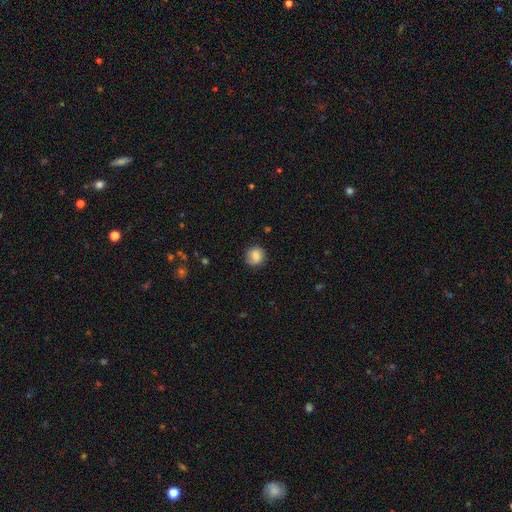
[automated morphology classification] This appears to be a smooth galaxy with no disk features (78%) that is round (86%). Merging: none (78%).